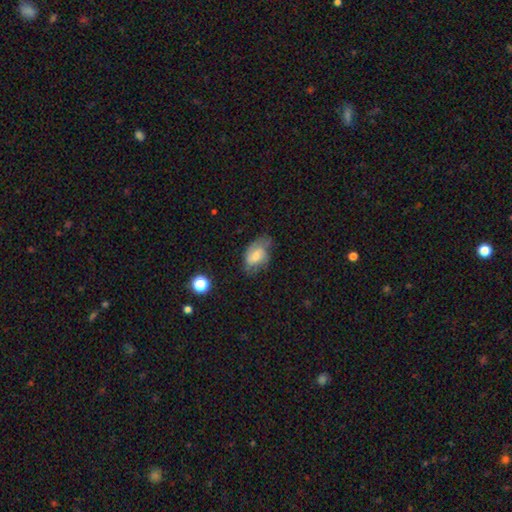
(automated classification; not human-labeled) smooth-or-featured: smooth: 47% | featured or disk: 44% | star or artifact: 9%
  merging: none: 52% | minor disturbance: 33% | major disturbance: 14% | merger: 2%